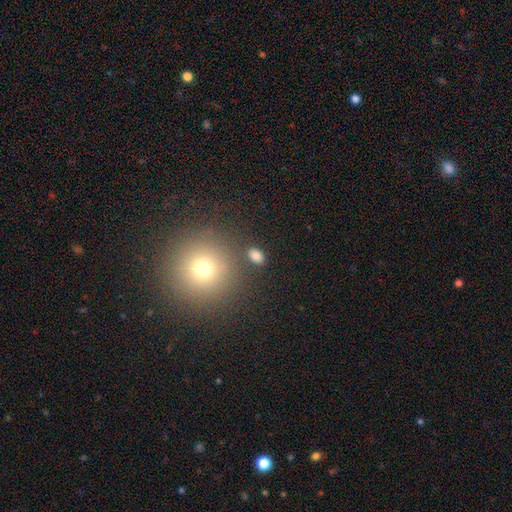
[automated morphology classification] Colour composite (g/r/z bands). It shows a smooth galaxy with no disk features (81%) that is in between round and cigar-shaped (80%). Merging: none (80%).